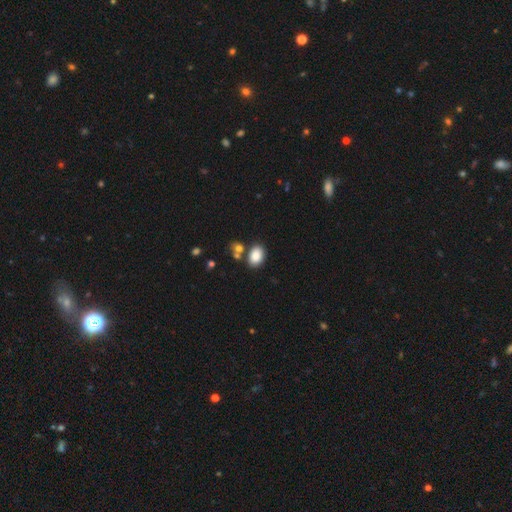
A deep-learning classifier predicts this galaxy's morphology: This appears to be a smooth galaxy with no disk features (85%) that is in between round and cigar-shaped (80%). Merging: none (70%).